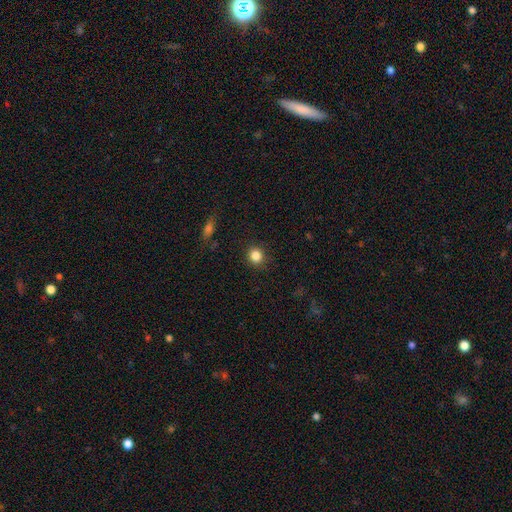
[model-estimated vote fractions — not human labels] The model was most divided on "smooth or featured": smooth: 84%, star or artifact: 11%, featured or disk: 4%. More confident: merging — none (90%); how rounded — round (89%).